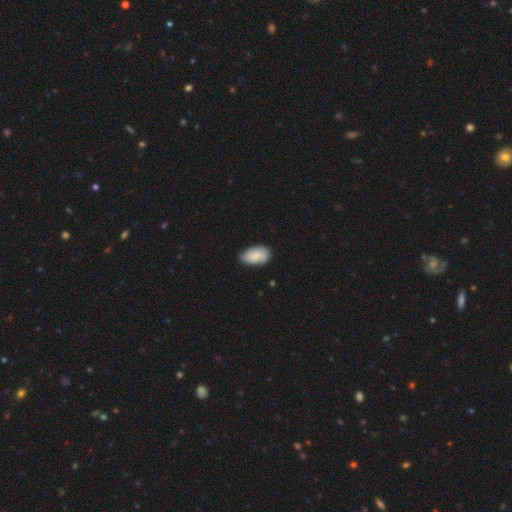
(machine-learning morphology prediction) Smooth or featured? smooth (64%)
How rounded? in between (92%)
Merging? none (67%)